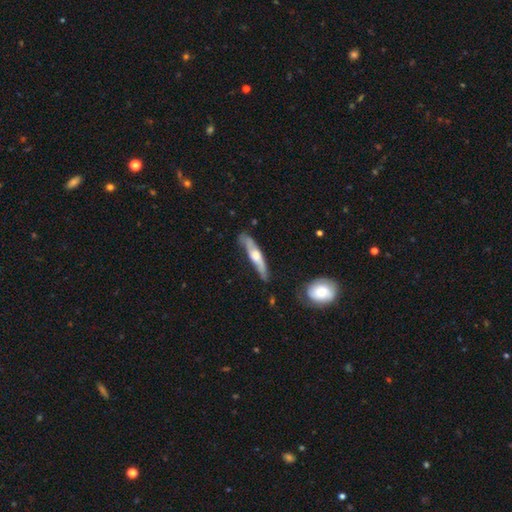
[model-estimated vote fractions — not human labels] Morphology: type=featured or disk (58%); edge-on=yes (83%); merging=none (69%).